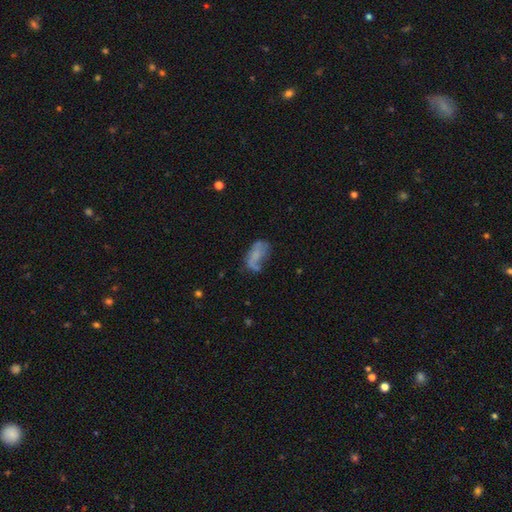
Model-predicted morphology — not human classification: A smooth galaxy with no disk features (49%).

Vote fractions:
- Smooth or featured? smooth: 49% / featured or disk: 38% / star or artifact: 13%
- Merging? major disturbance: 34% / none: 33% / minor disturbance: 26% / merger: 7%